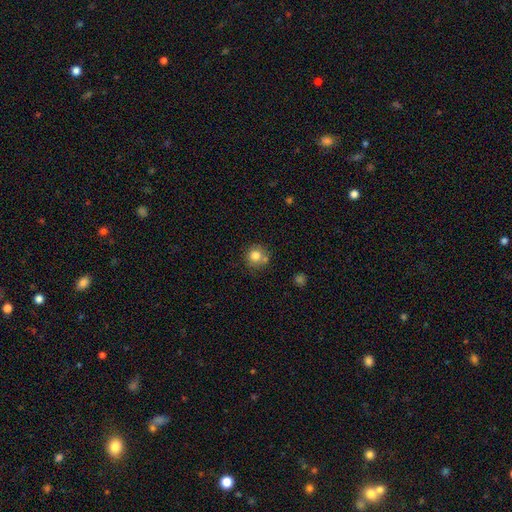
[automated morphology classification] smooth-or-featured: smooth: 80% | star or artifact: 11% | featured or disk: 9%
  how-rounded: round: 91% | in between: 8% | cigar-shaped: 1%
  merging: none: 67% | merger: 17% | minor disturbance: 12% | major disturbance: 3%